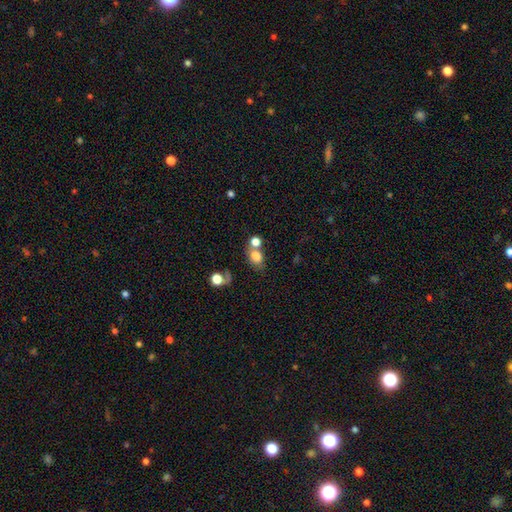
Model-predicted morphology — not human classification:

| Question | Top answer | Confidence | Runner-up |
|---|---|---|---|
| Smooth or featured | smooth | 76% | star or artifact (12%) |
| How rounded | in between | 54% | round (44%) |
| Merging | none | 43% | merger (35%) |